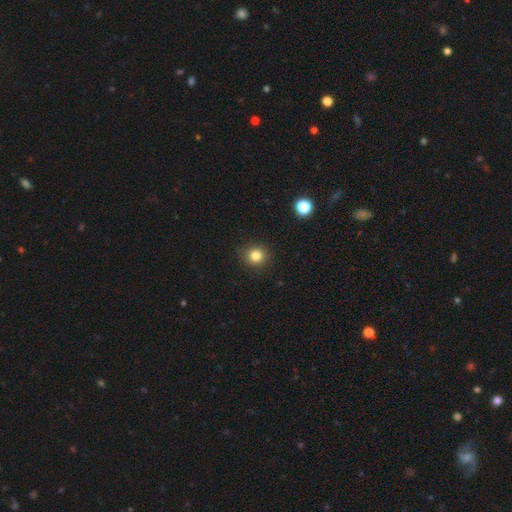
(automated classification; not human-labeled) smooth 82%, star or artifact 12%, featured or disk 6%. Down the decision tree: how rounded — round (90%); merging — none (90%).